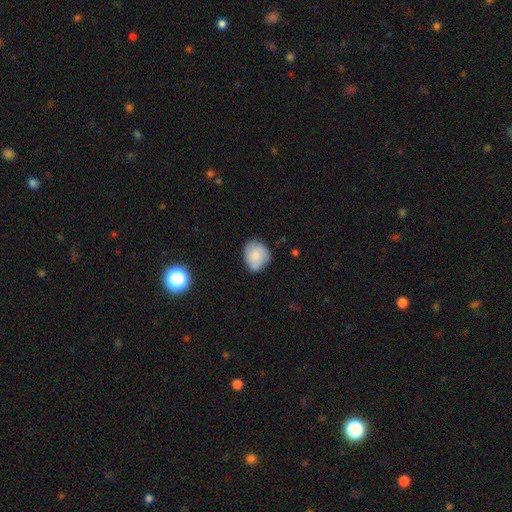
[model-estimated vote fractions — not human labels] Smooth or featured? smooth (77%)
How rounded? round (68%)
Merging? none (69%)